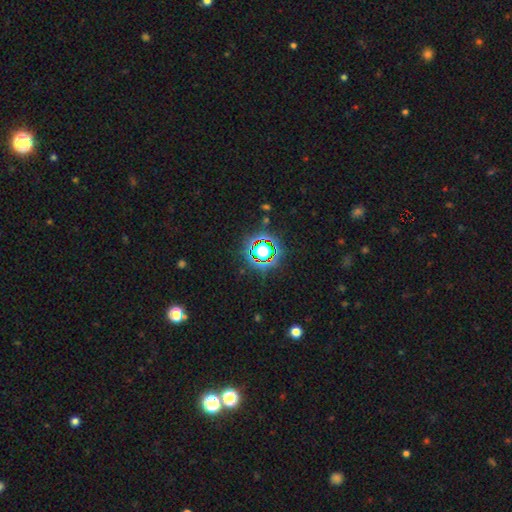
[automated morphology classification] star or artifact 75%, smooth 16%, featured or disk 8%.